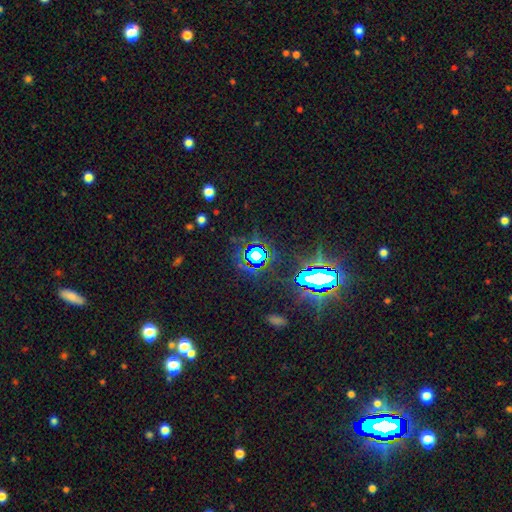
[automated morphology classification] Q: Smooth or featured?
A: star or artifact (75%); runner-up: smooth (14%)